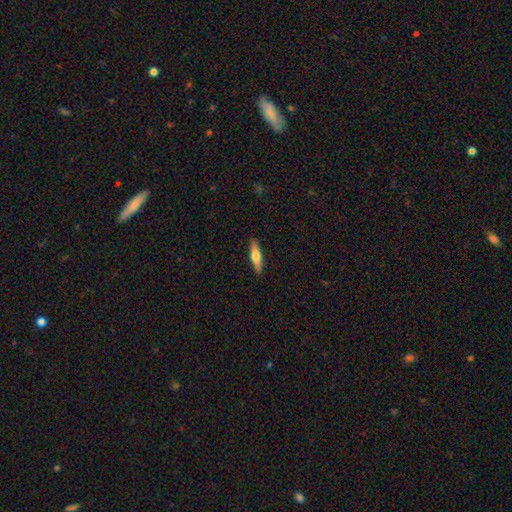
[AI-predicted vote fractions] Morphology: type=smooth (58%); roundness=cigar-shaped (76%); merging=none (90%).